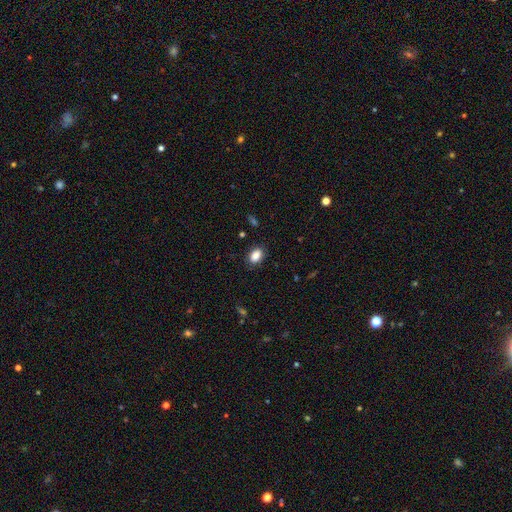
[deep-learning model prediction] The model was most divided on "how rounded": in between: 84%, round: 14%, cigar-shaped: 2%. More confident: smooth or featured — smooth (87%); merging — none (86%).